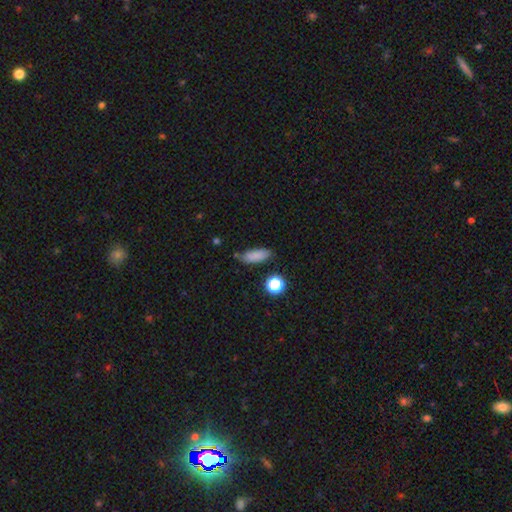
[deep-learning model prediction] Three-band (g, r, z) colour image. It shows a smooth galaxy with no disk features (81%) that is in between round and cigar-shaped (67%). Merging: none (69%).